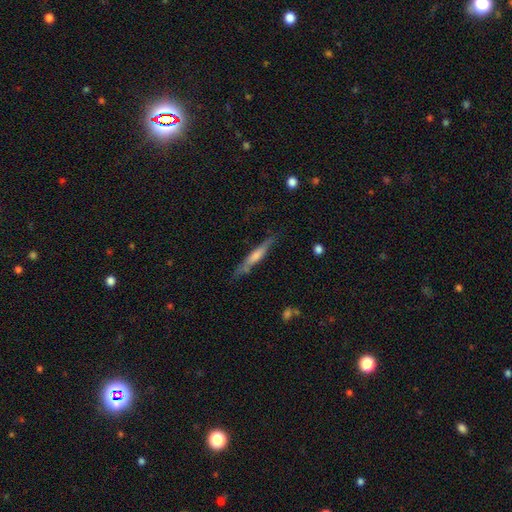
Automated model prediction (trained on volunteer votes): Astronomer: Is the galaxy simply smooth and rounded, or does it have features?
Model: featured or disk — 63%.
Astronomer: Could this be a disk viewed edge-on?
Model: yes — 93%.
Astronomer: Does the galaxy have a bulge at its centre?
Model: rounded — 54%.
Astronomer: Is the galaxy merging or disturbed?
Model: none — 81%.